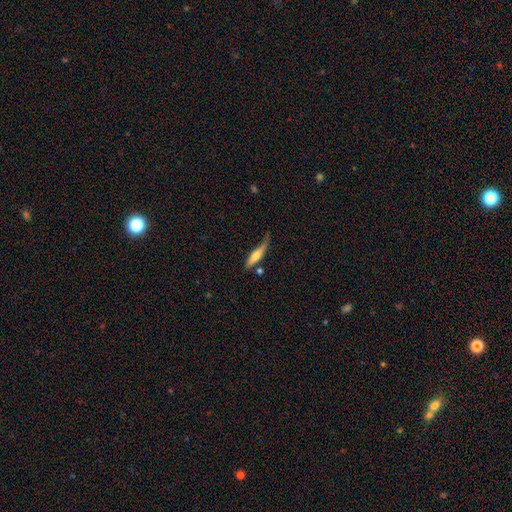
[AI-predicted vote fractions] Morphology: type=smooth (58%); roundness=cigar-shaped (78%); merging=none (47%).